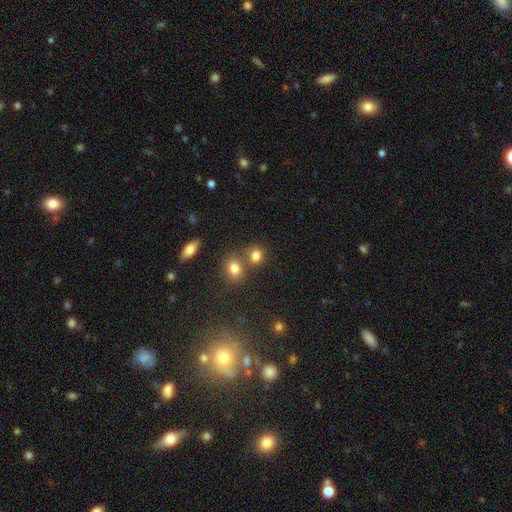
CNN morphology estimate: A smooth galaxy with no disk features (80%) that is round (57%).

Vote fractions:
- Smooth or featured? smooth: 80% / star or artifact: 13% / featured or disk: 7%
- How rounded? round: 57% / in between: 42% / cigar-shaped: 2%
- Merging? none: 56% / merger: 29% / minor disturbance: 10% / major disturbance: 4%